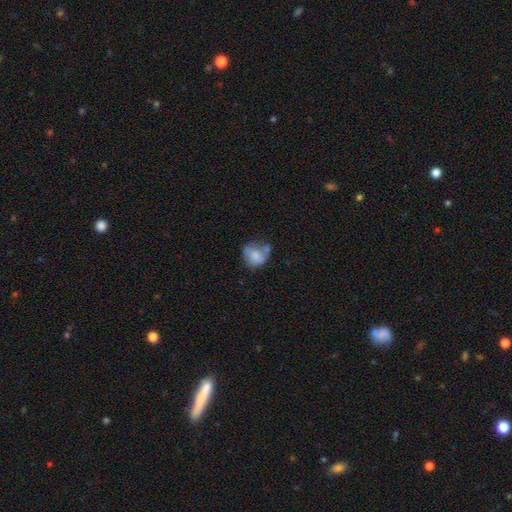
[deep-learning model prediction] Q: Smooth or featured?
A: smooth (65%); runner-up: featured or disk (26%)
Q: How rounded?
A: round (66%); runner-up: in between (33%)
Q: Merging?
A: none (37%); runner-up: merger (24%)